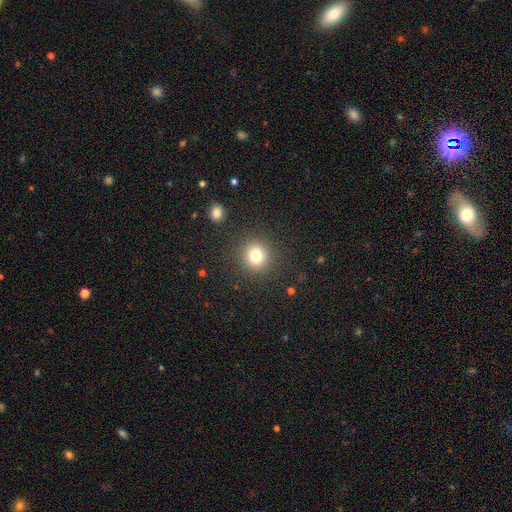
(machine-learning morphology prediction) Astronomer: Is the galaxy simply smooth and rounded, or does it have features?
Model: smooth — 78%.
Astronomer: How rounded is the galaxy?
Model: round — 91%.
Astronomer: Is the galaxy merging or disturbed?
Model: none — 89%.